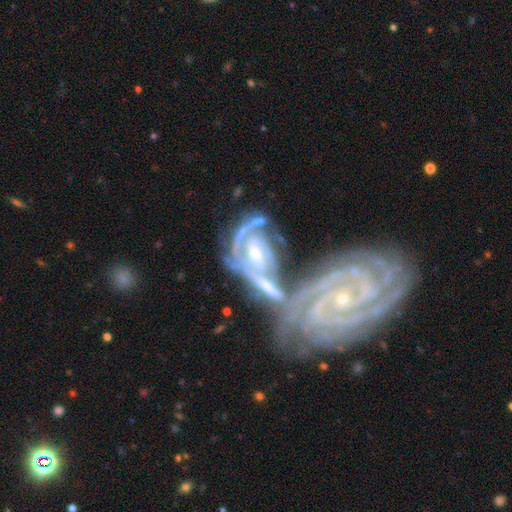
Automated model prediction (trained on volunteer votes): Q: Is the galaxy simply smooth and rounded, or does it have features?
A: featured or disk — 90%.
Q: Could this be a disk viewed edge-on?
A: no — 95%.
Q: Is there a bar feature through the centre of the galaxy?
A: no — 53%.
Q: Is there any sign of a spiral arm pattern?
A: yes — 97%.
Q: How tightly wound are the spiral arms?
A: tight — 71%.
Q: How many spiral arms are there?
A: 2 — 34%.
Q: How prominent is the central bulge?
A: small — 63%.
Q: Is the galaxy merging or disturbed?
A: merger — 70%.